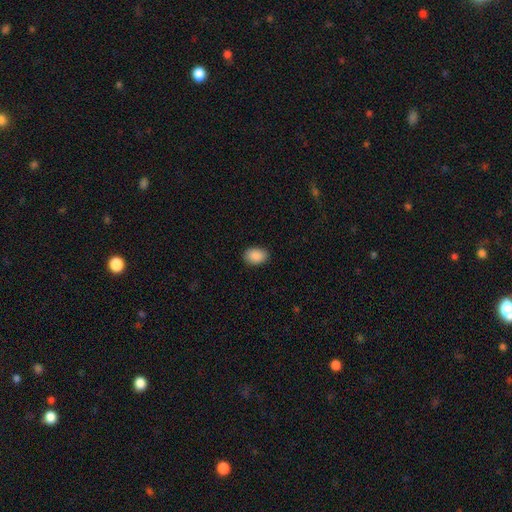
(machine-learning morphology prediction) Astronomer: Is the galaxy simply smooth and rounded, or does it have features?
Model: smooth — 90%.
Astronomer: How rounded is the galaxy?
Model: in between — 81%.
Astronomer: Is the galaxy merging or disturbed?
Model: none — 88%.